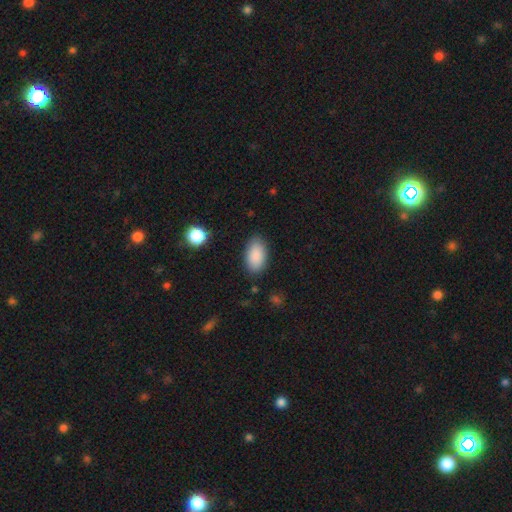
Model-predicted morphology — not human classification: Smooth or featured?
  - smooth: 89% *
  - star or artifact: 7%
  - featured or disk: 4%
How rounded?
  - in between: 94% *
  - round: 4%
  - cigar-shaped: 2%
Merging?
  - none: 84% *
  - minor disturbance: 12%
  - major disturbance: 3%
  - merger: 1%